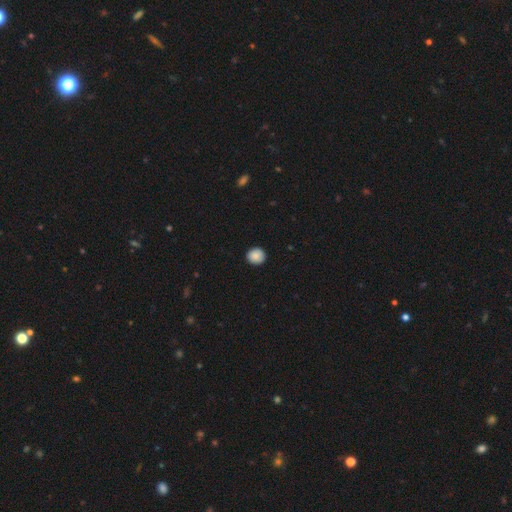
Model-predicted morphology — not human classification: smooth 88%, star or artifact 8%, featured or disk 4%. Down the decision tree: how rounded — round (86%); merging — none (91%).